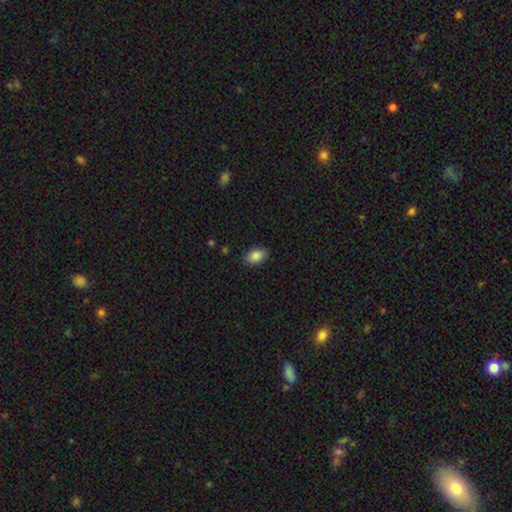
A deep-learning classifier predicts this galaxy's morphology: smooth 87%, star or artifact 8%, featured or disk 5%. Down the decision tree: how rounded — in between (85%); merging — none (84%).